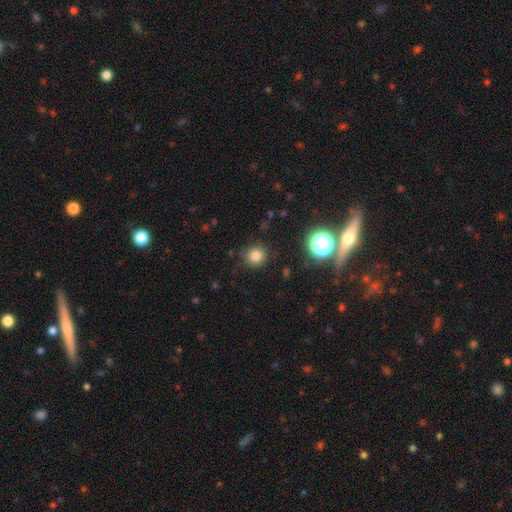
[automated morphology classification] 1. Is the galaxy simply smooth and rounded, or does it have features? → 80% smooth, 14% star or artifact, 6% featured or disk.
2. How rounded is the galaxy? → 91% round, 8% in between, 1% cigar-shaped.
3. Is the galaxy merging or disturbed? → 86% none, 10% minor disturbance, 3% major disturbance, 1% merger.